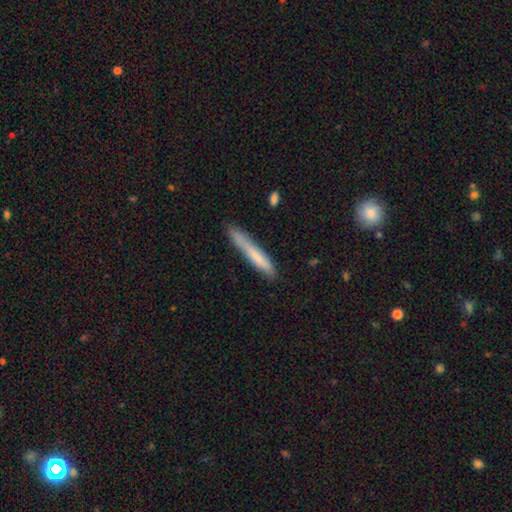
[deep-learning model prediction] The model was most divided on "smooth or featured": smooth: 72%, featured or disk: 22%, star or artifact: 6%. More confident: how rounded — cigar-shaped (95%); merging — none (74%).